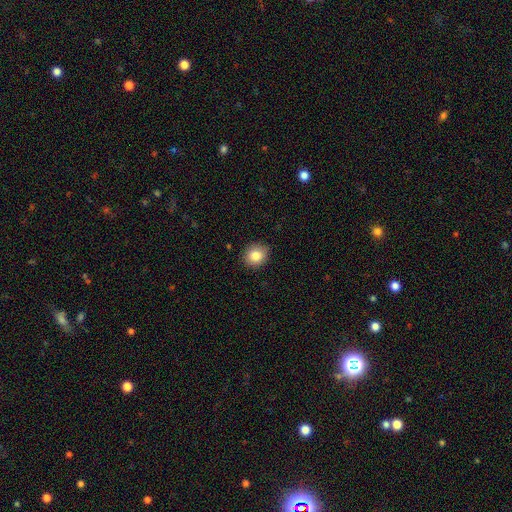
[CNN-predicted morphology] This is clearly a smooth galaxy (83%). How rounded: likely round (79%). Merging: clearly none (88%).